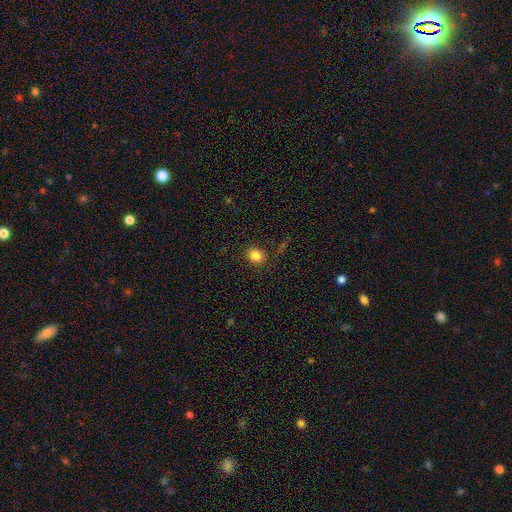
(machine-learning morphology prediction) Smooth or featured?
  - smooth: 82% *
  - star or artifact: 12%
  - featured or disk: 6%
How rounded?
  - round: 78% *
  - in between: 21%
  - cigar-shaped: 1%
Merging?
  - none: 88% *
  - minor disturbance: 8%
  - major disturbance: 3%
  - merger: 2%